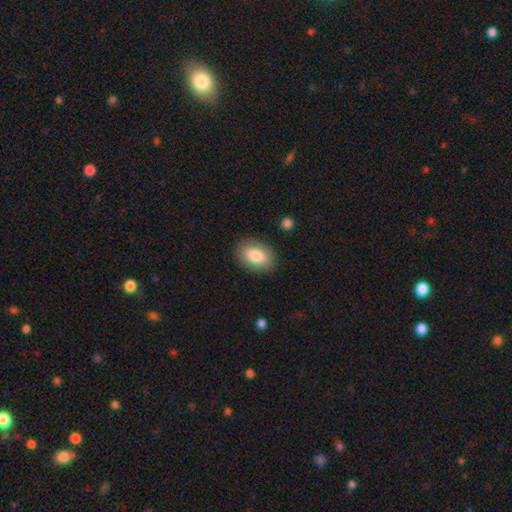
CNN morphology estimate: Smooth or featured? Predicted: smooth (p=0.83). How rounded? Predicted: in between (p=0.84). Merging? Predicted: none (p=0.86).